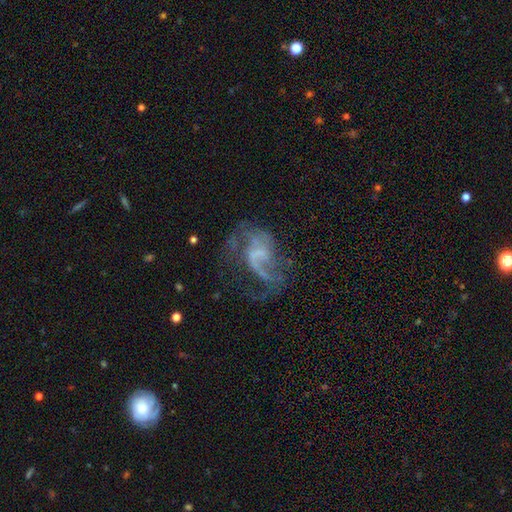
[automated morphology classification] Smooth or featured? featured or disk (71%)
Edge-on disk? no (97%)
Bar? no (55%)
Spiral arms? yes (70%)
Bulge size? none (53%)
Merging? major disturbance (41%)